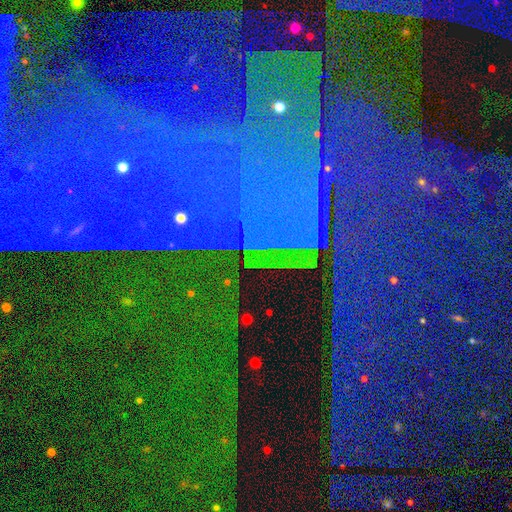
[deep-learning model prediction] A star or artifact, not a galaxy (89%).

Vote fractions:
- Smooth or featured? star or artifact: 89% / featured or disk: 6% / smooth: 5%